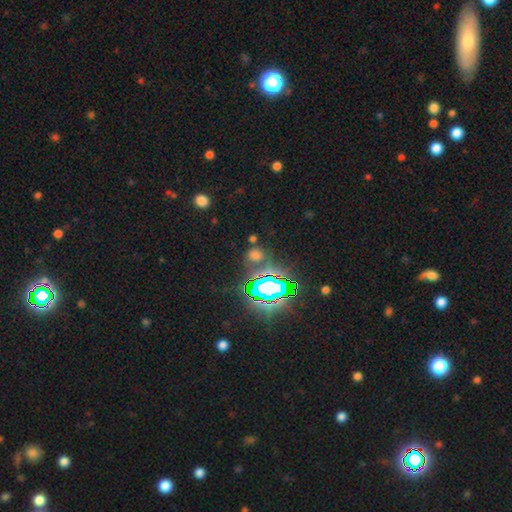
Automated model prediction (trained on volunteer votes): star or artifact 48%, smooth 45%, featured or disk 7%.